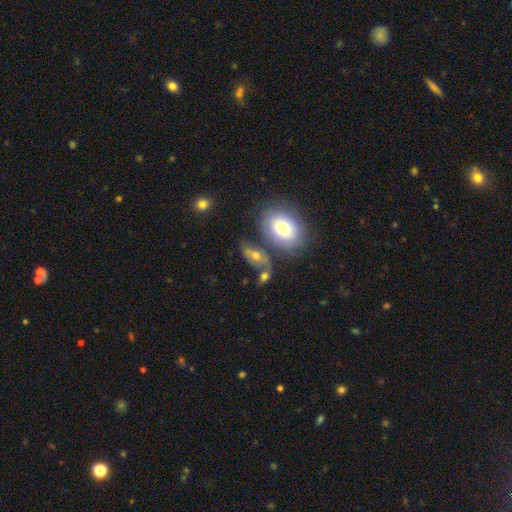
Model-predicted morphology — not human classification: The model was most divided on "merging": none: 48%, merger: 22%, minor disturbance: 19%, major disturbance: 10%. More confident: how rounded — in between (81%); smooth or featured — smooth (59%).